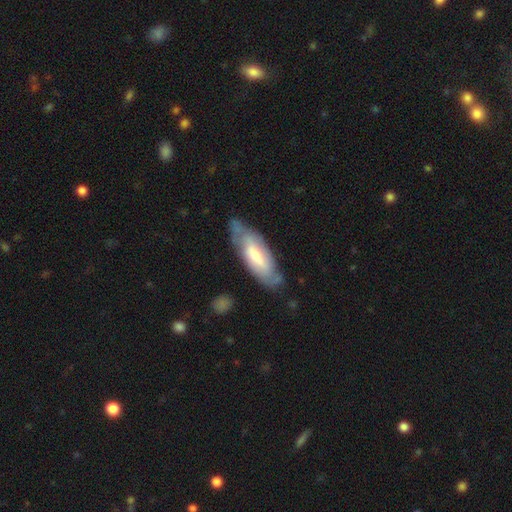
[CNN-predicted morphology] smooth_or_featured: featured or disk (p=0.49) [alt: smooth p=0.45]
merging: none (p=0.67) [alt: minor disturbance p=0.24]